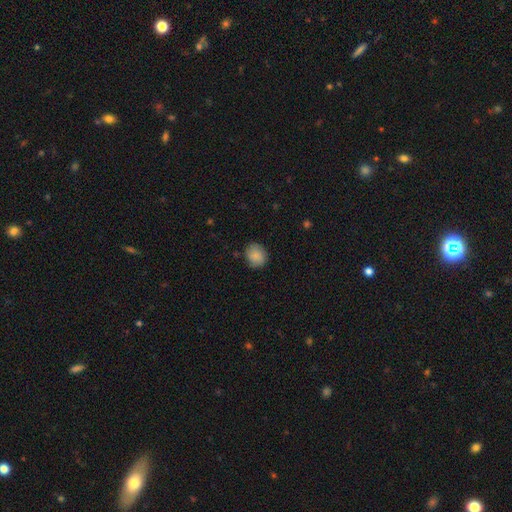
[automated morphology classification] The model was most divided on "how rounded": round: 68%, in between: 31%, cigar-shaped: 1%. More confident: smooth or featured — smooth (85%); merging — none (82%).